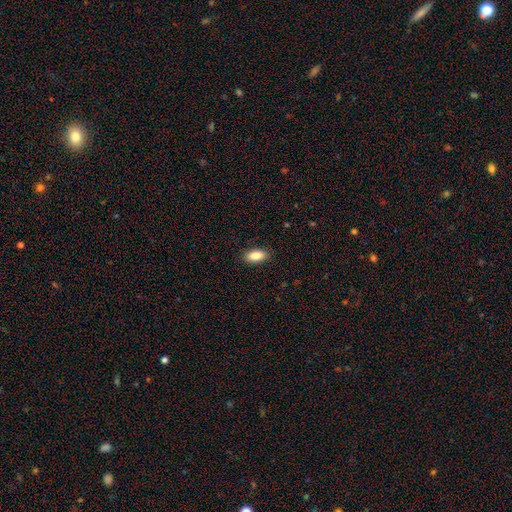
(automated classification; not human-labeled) Smooth or featured: smooth — 87% (star or artifact — 7%)
How rounded: in between — 90% (cigar-shaped — 7%)
Merging: none — 88% (minor disturbance — 9%)